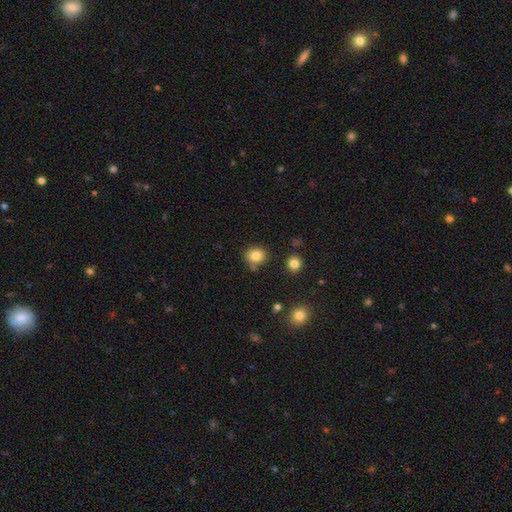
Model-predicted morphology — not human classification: Smooth or featured: smooth — 83% (star or artifact — 11%)
How rounded: round — 75% (in between — 24%)
Merging: none — 78% (minor disturbance — 11%)